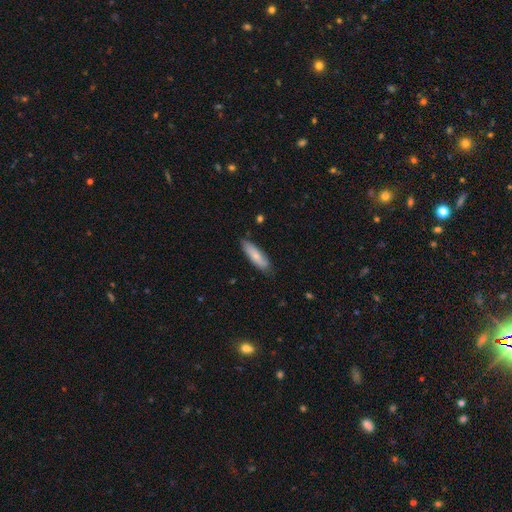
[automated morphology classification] type=smooth (77%); roundness=cigar-shaped (56%); merging=none (80%).